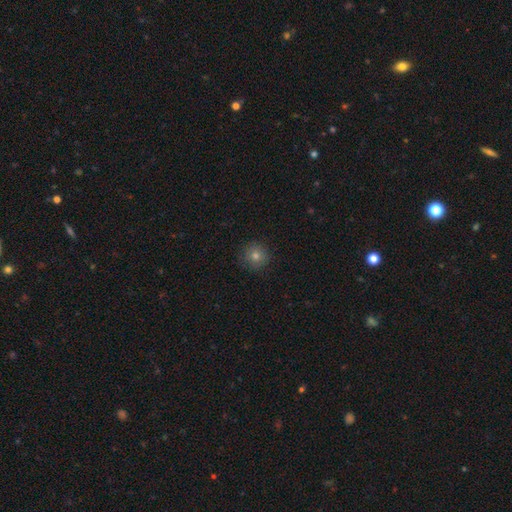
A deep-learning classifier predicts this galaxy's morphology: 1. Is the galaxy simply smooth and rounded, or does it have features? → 75% smooth, 16% star or artifact, 9% featured or disk.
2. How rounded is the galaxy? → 95% round, 4% in between, 1% cigar-shaped.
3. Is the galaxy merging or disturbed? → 90% none, 7% minor disturbance, 2% major disturbance, 1% merger.